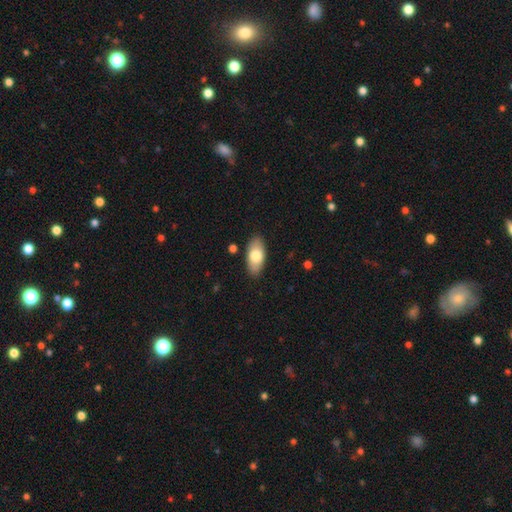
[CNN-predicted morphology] Smooth or featured? smooth (75%)
How rounded? in between (92%)
Merging? none (87%)